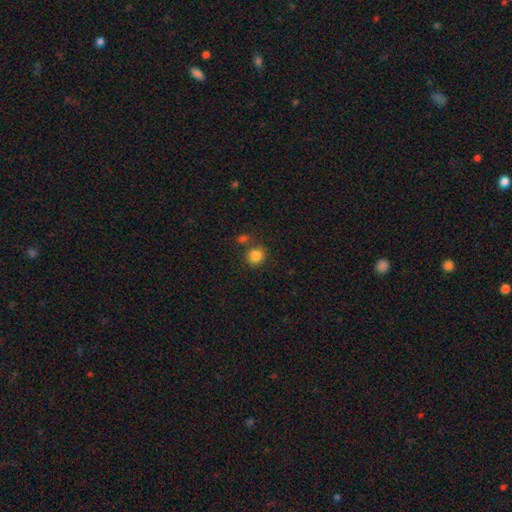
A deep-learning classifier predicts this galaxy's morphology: Smooth or featured? smooth (85%)
How rounded? round (86%)
Merging? none (73%)